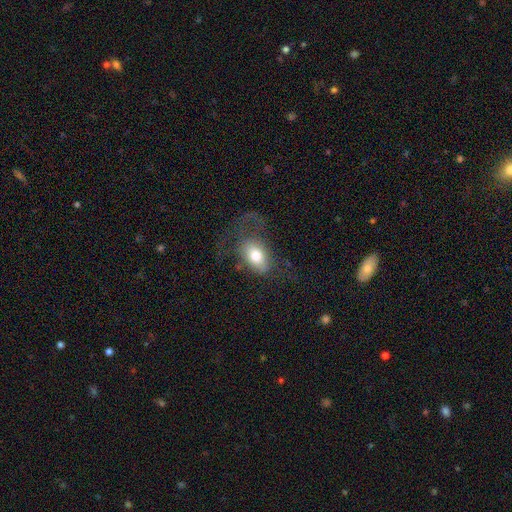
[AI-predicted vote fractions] Overall: smooth (68%). How rounded: in between (86%). Merging: major disturbance (42%; none 36%).